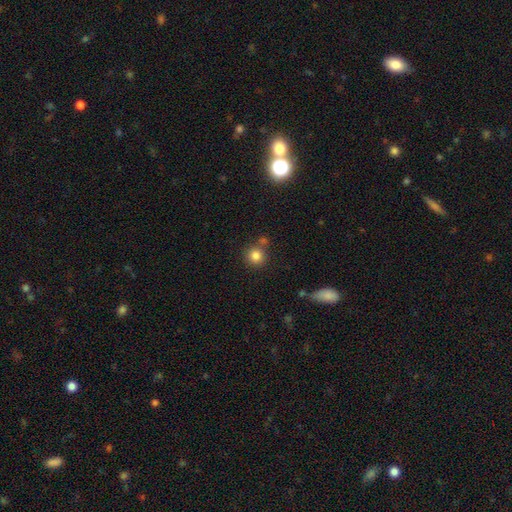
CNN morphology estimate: smooth_or_featured: smooth (p=0.83) [alt: star or artifact p=0.11]
how_rounded: round (p=0.92) [alt: in between p=0.07]
merging: none (p=0.73) [alt: merger p=0.15]